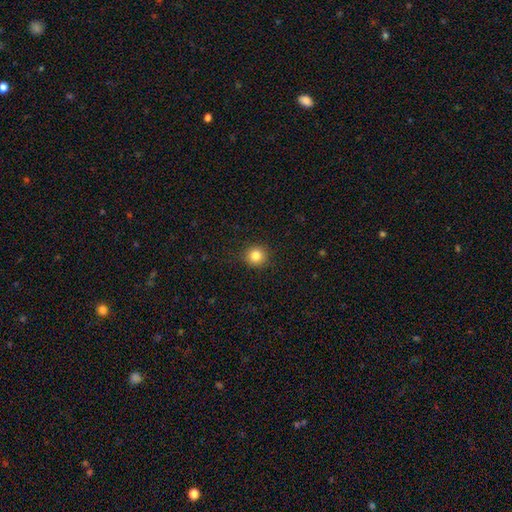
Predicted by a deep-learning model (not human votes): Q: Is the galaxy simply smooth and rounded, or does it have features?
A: smooth — 82%.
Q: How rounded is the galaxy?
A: round — 93%.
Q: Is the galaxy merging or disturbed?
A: none — 90%.